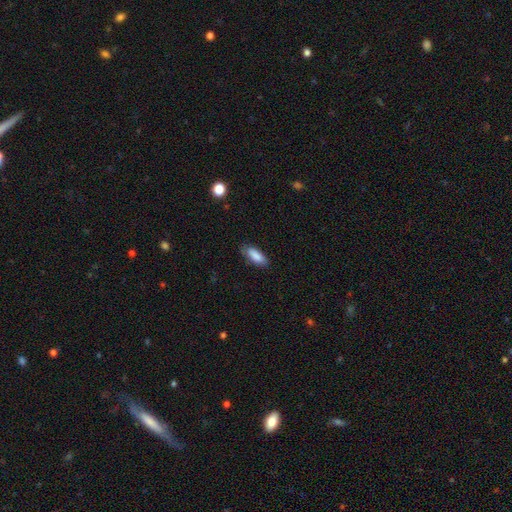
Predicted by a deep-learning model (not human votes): A smooth galaxy with no disk features (86%) that is in between round and cigar-shaped (74%). Merging: none (77%).